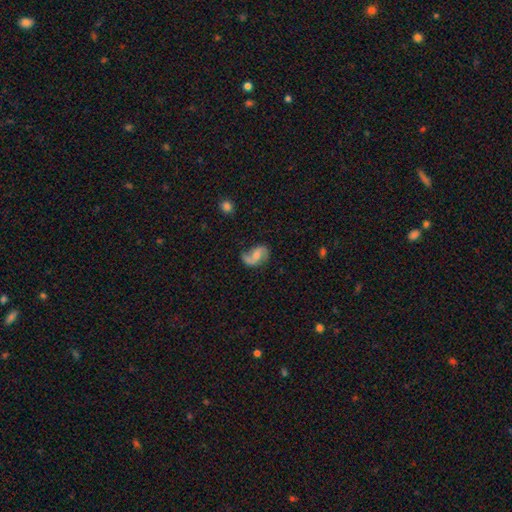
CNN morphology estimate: This is likely a featured or disk galaxy (74%). It is clearly not viewed edge-on (98%). Bar: marginally weak (44%, tied with no). Spiral arm pattern: clearly yes (94%). Spiral arm count: clearly 2 (84%). Spiral winding: possibly loose (54%). Central bulge: marginally moderate (32%). Merging: possibly none (60%).